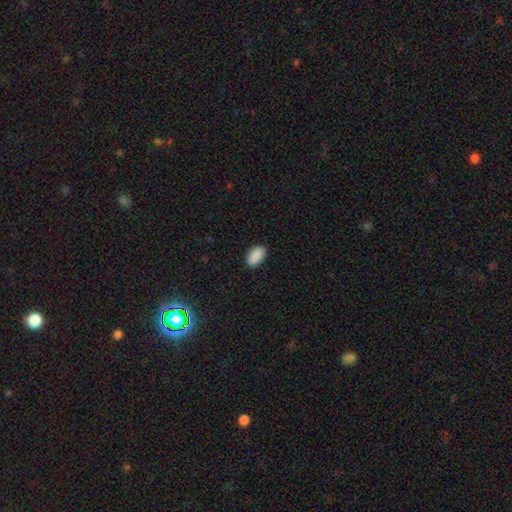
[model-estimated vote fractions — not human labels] The model was most divided on "merging": none: 87%, minor disturbance: 10%, major disturbance: 2%, merger: 1%. More confident: how rounded — in between (94%); smooth or featured — smooth (90%).